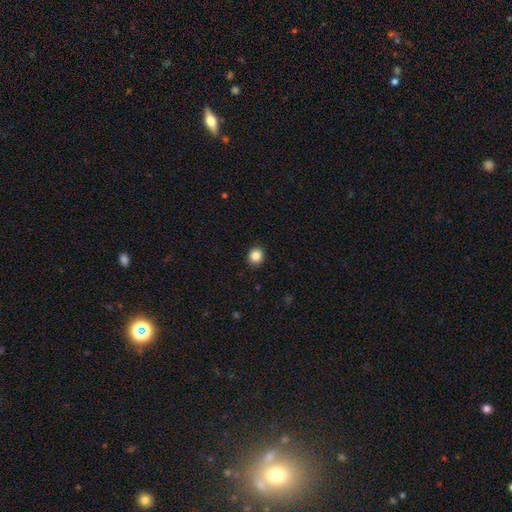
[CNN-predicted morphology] The model was most divided on "how rounded": round: 81%, in between: 18%, cigar-shaped: 1%. More confident: merging — none (92%); smooth or featured — smooth (86%).